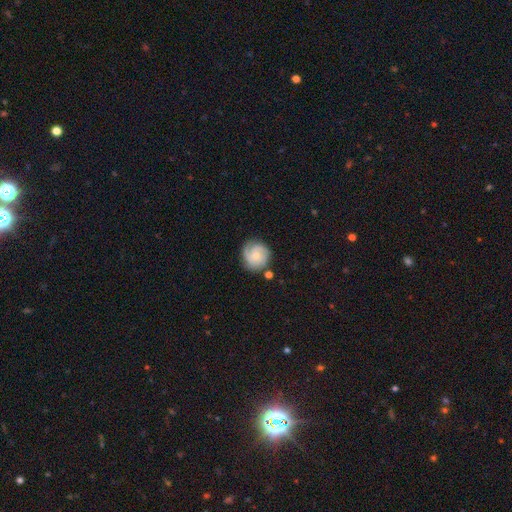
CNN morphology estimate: Q: Smooth or featured?
A: featured or disk (66%); runner-up: smooth (27%)
Q: Edge-on disk?
A: no (98%); runner-up: yes (2%)
Q: Bar?
A: no (75%); runner-up: weak (22%)
Q: Spiral arms?
A: yes (94%); runner-up: no (6%)
Q: Spiral winding?
A: tight (57%); runner-up: medium (33%)
Q: Spiral arm count?
A: 3 (40%); runner-up: 2 (25%)
Q: Bulge size?
A: small (62%); runner-up: moderate (30%)
Q: Merging?
A: none (73%); runner-up: minor disturbance (17%)